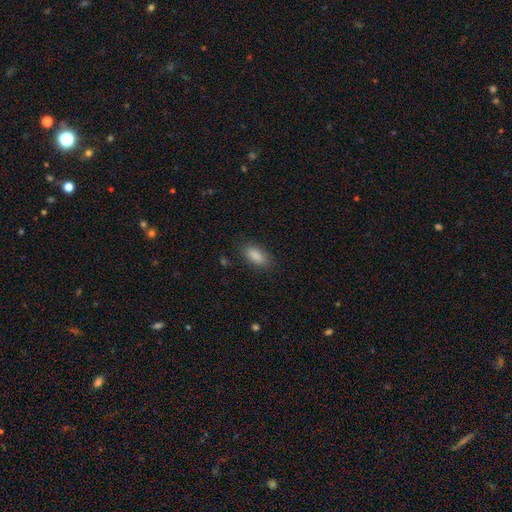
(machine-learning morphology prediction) smooth-or-featured: smooth: 88% | star or artifact: 7% | featured or disk: 5%
  how-rounded: in between: 86% | cigar-shaped: 11% | round: 3%
  merging: none: 85% | minor disturbance: 11% | major disturbance: 3% | merger: 1%